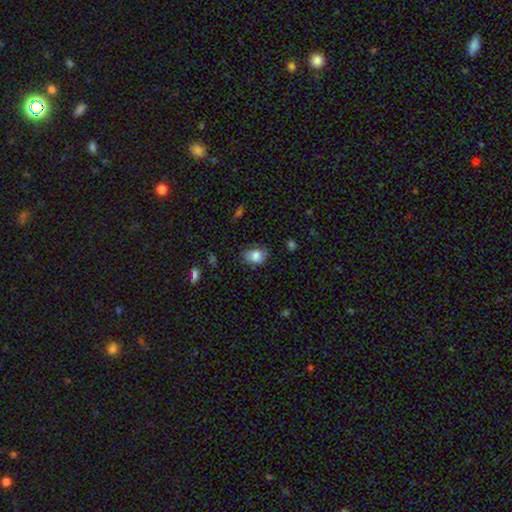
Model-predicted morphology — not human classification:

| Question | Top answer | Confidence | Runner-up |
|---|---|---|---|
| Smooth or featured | smooth | 80% | featured or disk (12%) |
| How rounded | in between | 67% | round (32%) |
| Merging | none | 66% | minor disturbance (26%) |